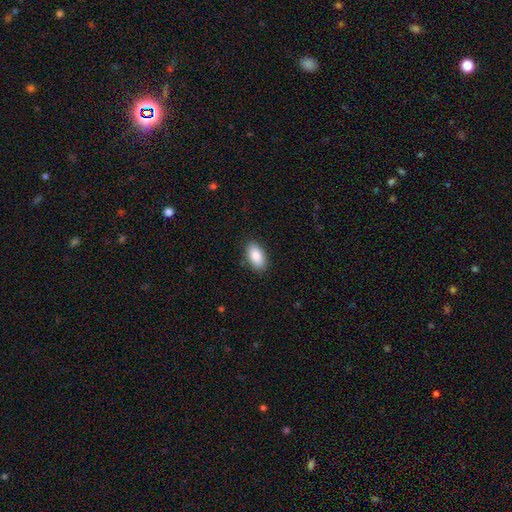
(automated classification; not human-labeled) Morphology: type=smooth (87%); roundness=in between (94%); merging=none (88%).